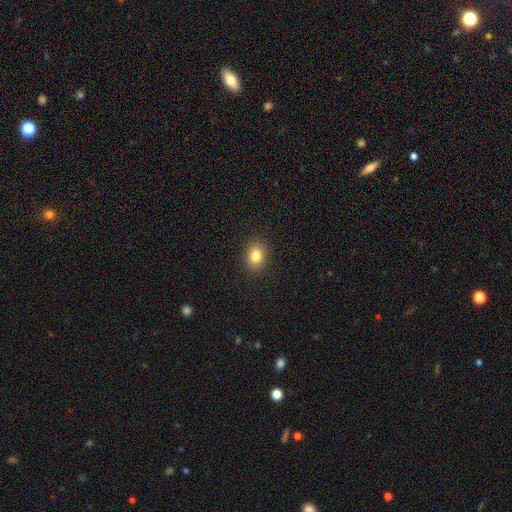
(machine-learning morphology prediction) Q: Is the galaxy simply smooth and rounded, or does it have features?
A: smooth — 83%.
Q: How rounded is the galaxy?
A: in between — 59%.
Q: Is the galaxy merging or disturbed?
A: none — 89%.